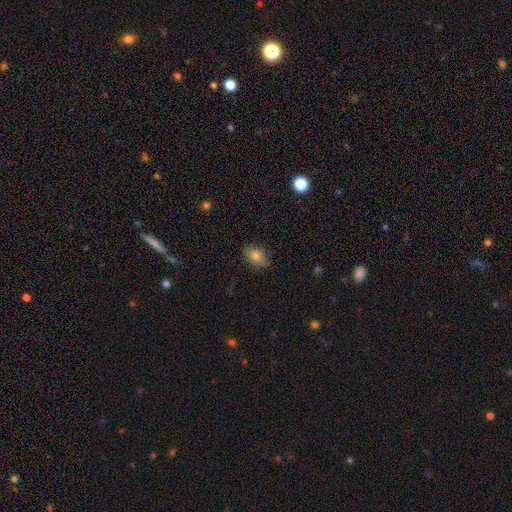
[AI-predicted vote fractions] Smooth or featured? smooth (78%)
How rounded? in between (72%)
Merging? none (81%)